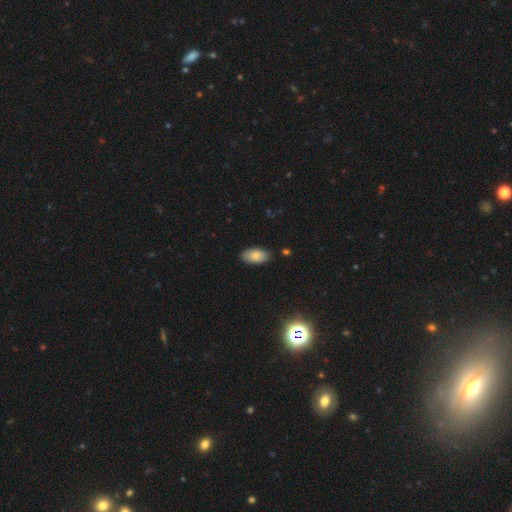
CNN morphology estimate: This appears to be a smooth galaxy with no disk features (83%) that is in between round and cigar-shaped (95%). Merging: none (85%).